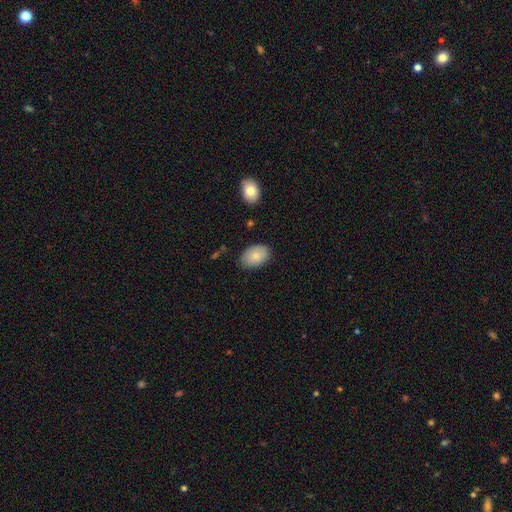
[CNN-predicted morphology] A smooth galaxy with no disk features (83%) that is in between round and cigar-shaped (89%). Merging: none (82%).